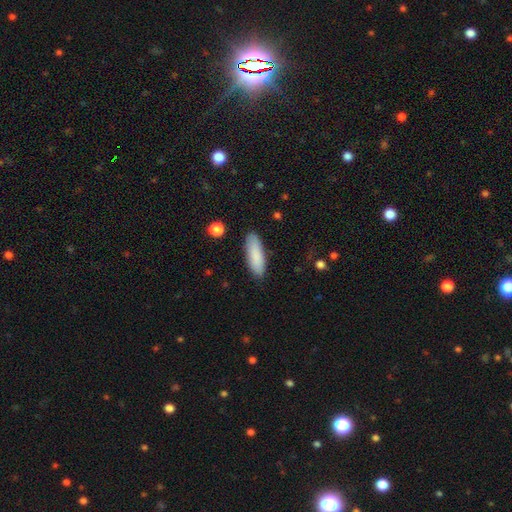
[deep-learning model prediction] Smooth or featured?
  - smooth: 88% *
  - featured or disk: 7%
  - star or artifact: 6%
How rounded?
  - in between: 54% *
  - cigar-shaped: 45%
  - round: 2%
Merging?
  - none: 87% *
  - minor disturbance: 10%
  - major disturbance: 2%
  - merger: 1%